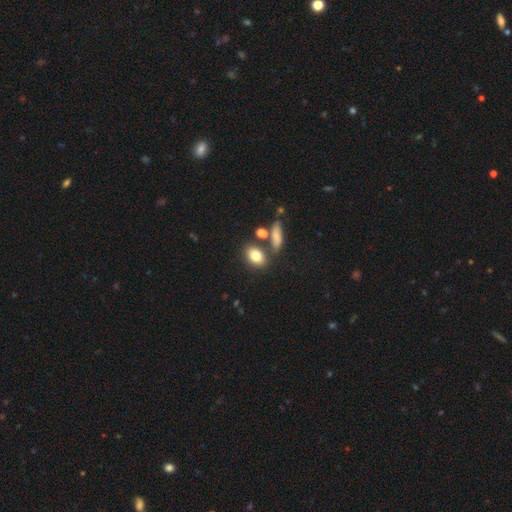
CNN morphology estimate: Smooth or featured? smooth (79%)
How rounded? in between (74%)
Merging? none (63%)